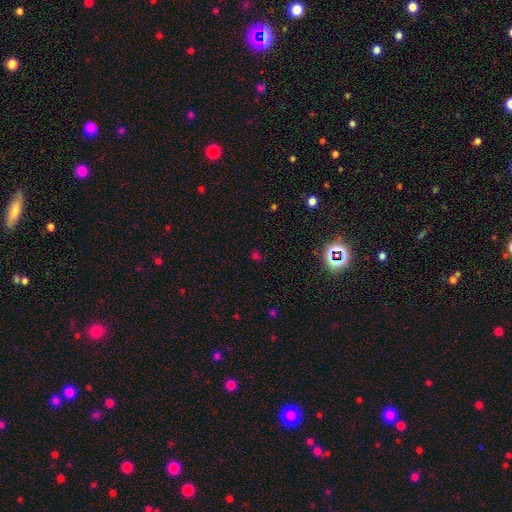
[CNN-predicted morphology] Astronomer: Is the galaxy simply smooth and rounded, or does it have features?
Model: star or artifact — 51% (runner-up: smooth, 42%).